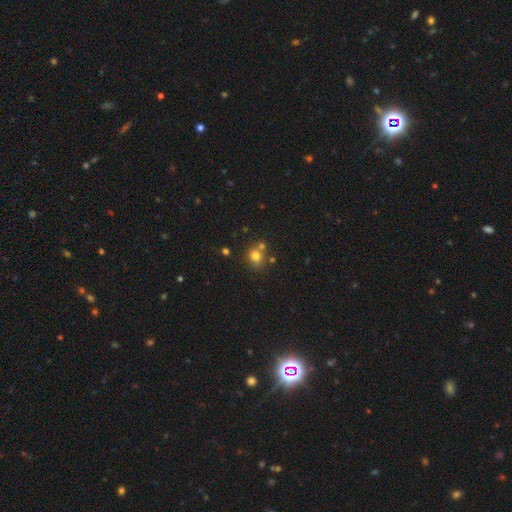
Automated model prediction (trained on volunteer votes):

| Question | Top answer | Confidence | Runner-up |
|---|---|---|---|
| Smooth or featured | smooth | 75% | star or artifact (15%) |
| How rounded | round | 76% | in between (23%) |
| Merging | none | 62% | merger (23%) |